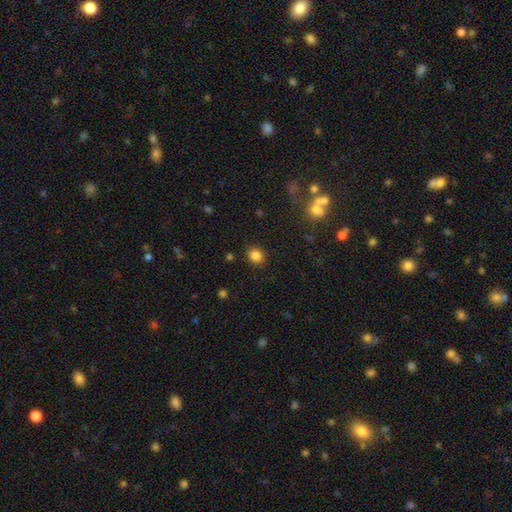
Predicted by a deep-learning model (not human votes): Smooth or featured? Predicted: smooth (p=0.84). How rounded? Predicted: round (p=0.61). Merging? Predicted: none (p=0.87).